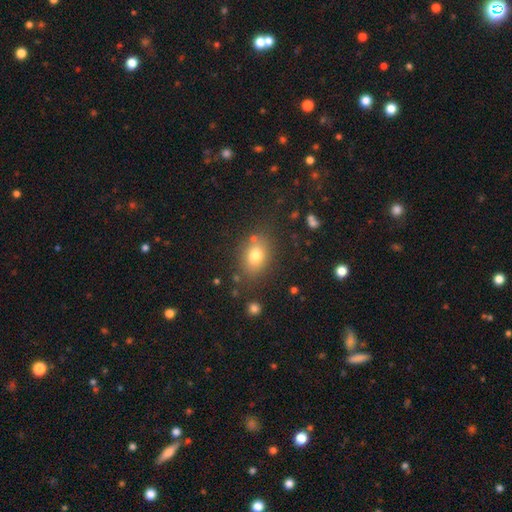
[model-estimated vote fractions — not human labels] Smooth or featured: smooth — 76% (star or artifact — 12%)
How rounded: in between — 67% (round — 32%)
Merging: none — 78% (minor disturbance — 13%)